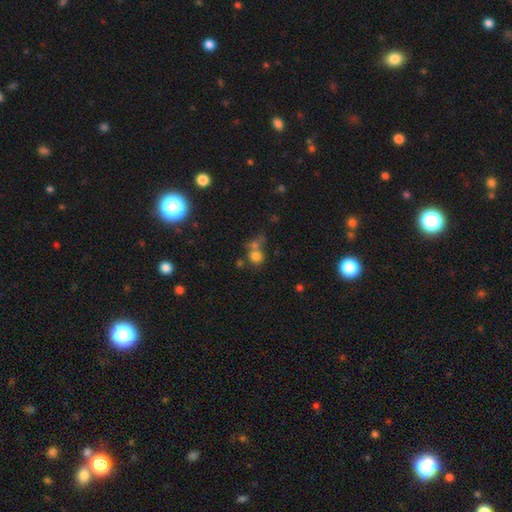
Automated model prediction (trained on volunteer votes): The model was most divided on "merging": none: 44%, merger: 38%, minor disturbance: 11%, major disturbance: 7%. More confident: how rounded — round (80%); smooth or featured — smooth (74%).